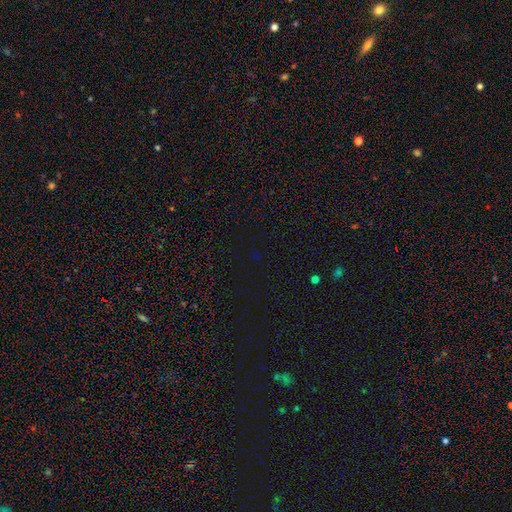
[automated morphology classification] smooth_or_featured: star or artifact (p=0.71) [alt: smooth p=0.23]